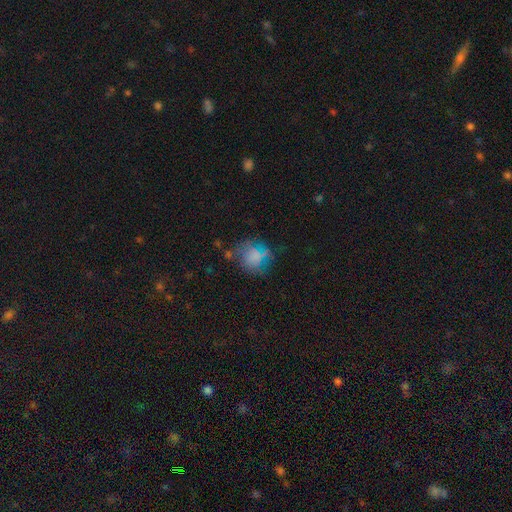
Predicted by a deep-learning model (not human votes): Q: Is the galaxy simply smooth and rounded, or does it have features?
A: smooth — 63%.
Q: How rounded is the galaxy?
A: round — 76%.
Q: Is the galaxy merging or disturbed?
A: none — 49%.